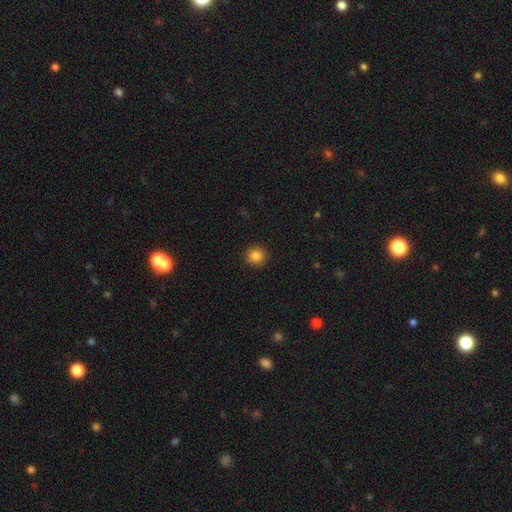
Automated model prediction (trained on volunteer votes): A smooth galaxy with no disk features (85%) that is round (93%). Merging: none (92%).